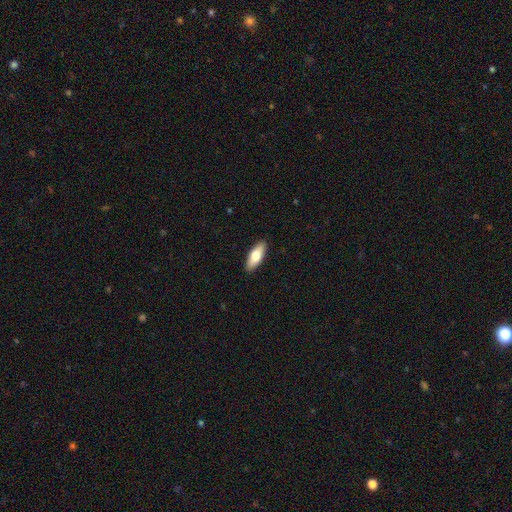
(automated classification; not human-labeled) A smooth galaxy with no disk features (71%) that is in between round and cigar-shaped (71%).

Vote fractions:
- Smooth or featured? smooth: 71% / featured or disk: 24% / star or artifact: 6%
- How rounded? in between: 71% / cigar-shaped: 27% / round: 2%
- Merging? none: 90% / minor disturbance: 7% / major disturbance: 2% / merger: 1%